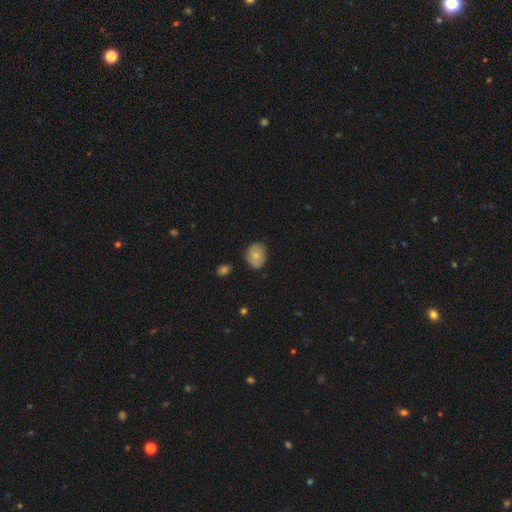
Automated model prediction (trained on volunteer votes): A smooth galaxy with no disk features (76%) that is round (59%).

Vote fractions:
- Smooth or featured? smooth: 76% / featured or disk: 16% / star or artifact: 8%
- How rounded? round: 59% / in between: 40% / cigar-shaped: 1%
- Merging? none: 78% / minor disturbance: 17% / major disturbance: 3% / merger: 2%